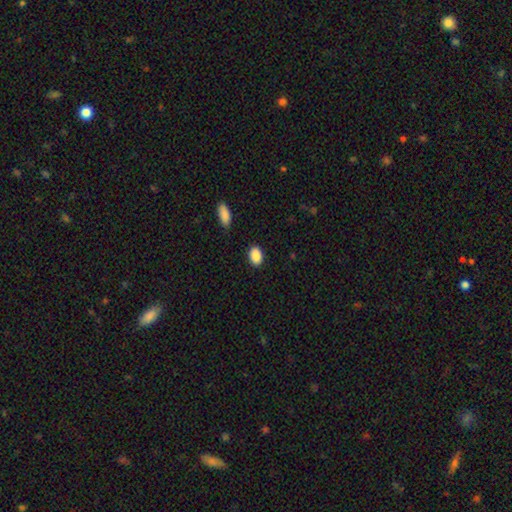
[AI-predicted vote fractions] Smooth or featured? Predicted: smooth (p=0.90). How rounded? Predicted: in between (p=0.86). Merging? Predicted: none (p=0.87).